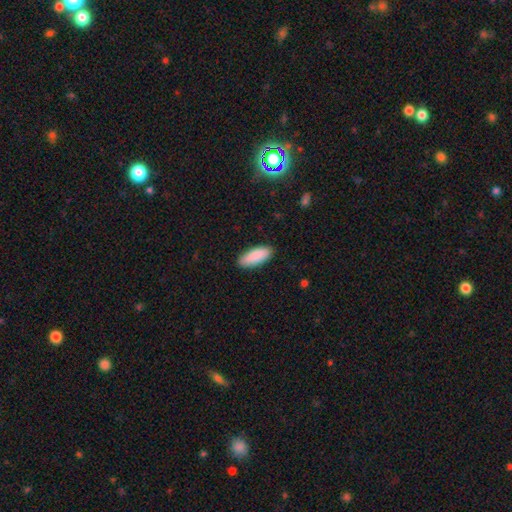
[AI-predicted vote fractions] Smooth or featured? smooth (90%)
How rounded? in between (80%)
Merging? none (88%)